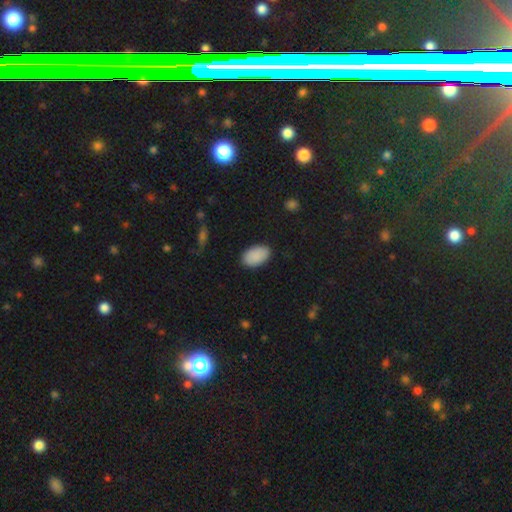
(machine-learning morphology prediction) smooth 89%, star or artifact 7%, featured or disk 4%. Down the decision tree: how rounded — in between (93%); merging — none (87%).